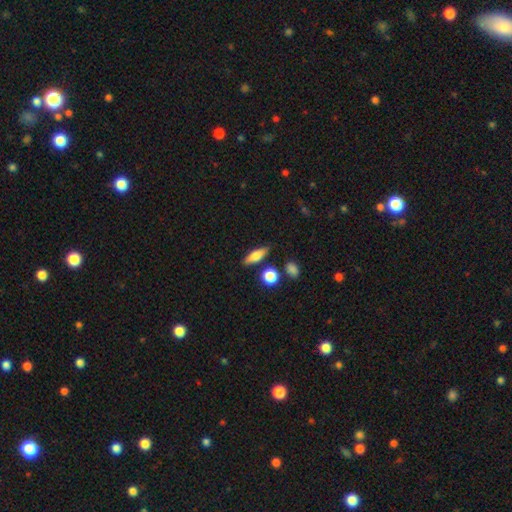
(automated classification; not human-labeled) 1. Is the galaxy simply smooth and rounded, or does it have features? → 66% smooth, 26% featured or disk, 8% star or artifact.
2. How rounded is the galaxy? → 54% in between, 39% cigar-shaped, 7% round.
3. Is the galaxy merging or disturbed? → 80% none, 11% minor disturbance, 5% merger, 3% major disturbance.